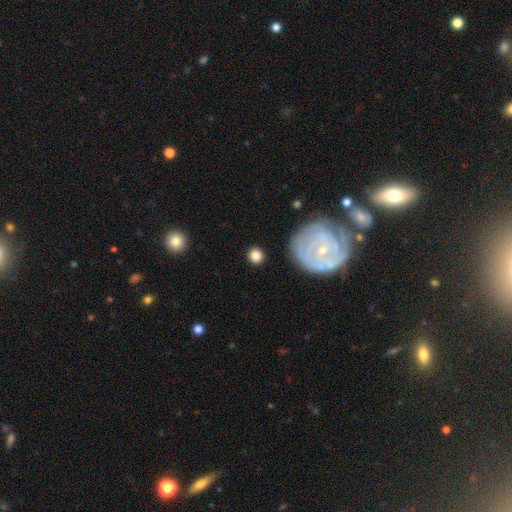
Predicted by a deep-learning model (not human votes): Morphology: type=smooth (82%); roundness=round (87%); merging=none (87%).